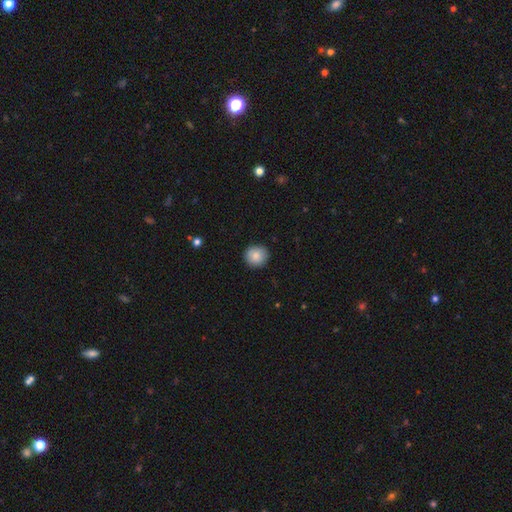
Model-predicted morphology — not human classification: type=smooth (85%); roundness=round (90%); merging=none (90%).